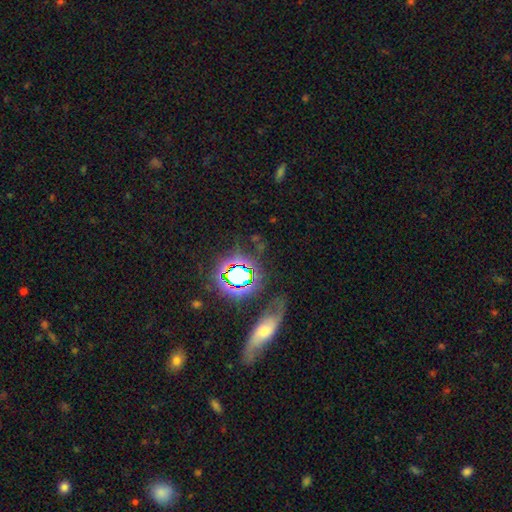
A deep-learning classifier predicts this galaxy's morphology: Smooth or featured?
  - star or artifact: 59% *
  - smooth: 22%
  - featured or disk: 19%